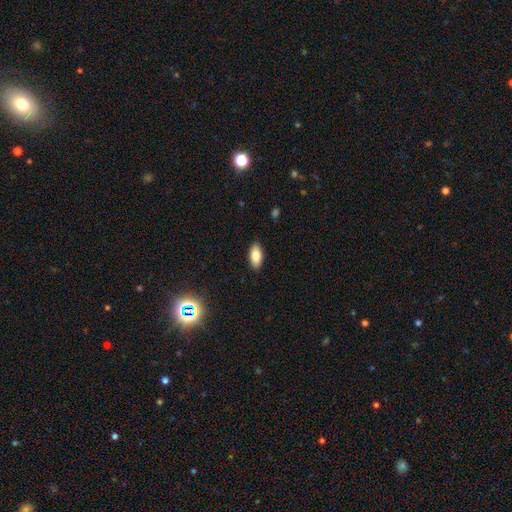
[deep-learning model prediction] Smooth or featured? smooth (81%)
How rounded? in between (90%)
Merging? none (88%)